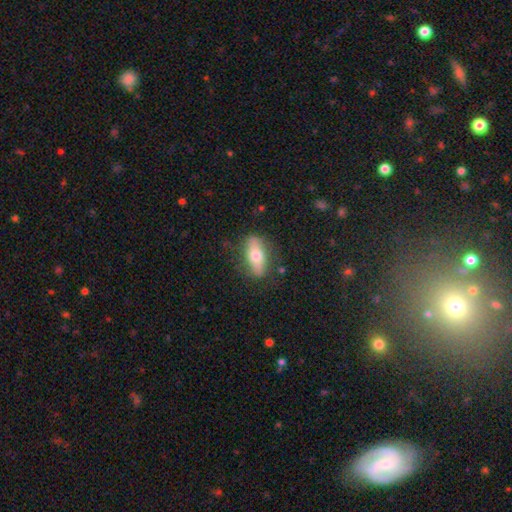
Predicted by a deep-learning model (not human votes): Morphology: type=smooth (60%); roundness=in between (72%); merging=none (78%).